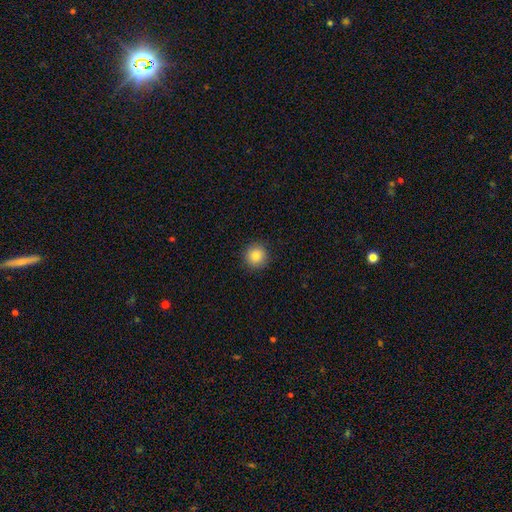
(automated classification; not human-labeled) Smooth or featured?
  - smooth: 85% *
  - star or artifact: 9%
  - featured or disk: 5%
How rounded?
  - round: 93% *
  - in between: 6%
  - cigar-shaped: 1%
Merging?
  - none: 90% *
  - minor disturbance: 7%
  - major disturbance: 2%
  - merger: 1%